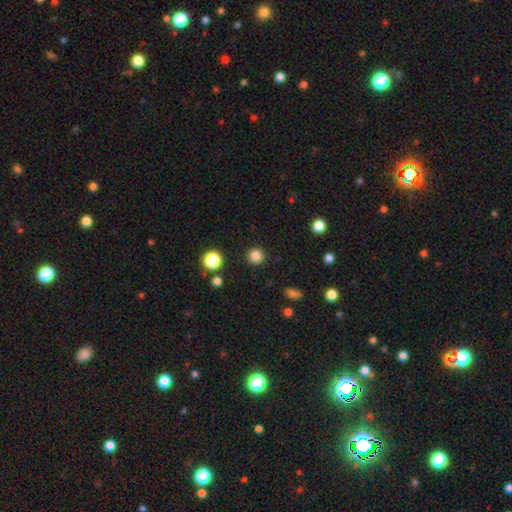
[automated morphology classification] This appears to be a smooth galaxy with no disk features (84%) that is round (95%). Merging: none (91%).